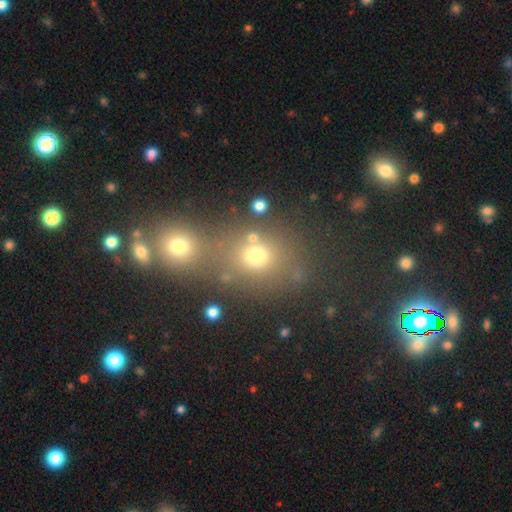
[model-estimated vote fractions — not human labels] Overall: smooth (69%). How rounded: round (69%; in between 29%). Merging: none (44%; merger 42%).